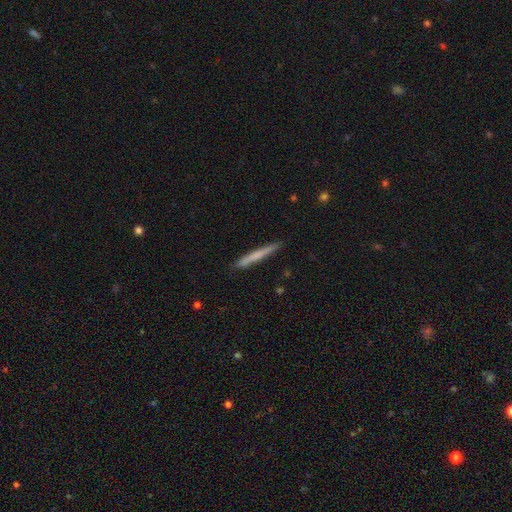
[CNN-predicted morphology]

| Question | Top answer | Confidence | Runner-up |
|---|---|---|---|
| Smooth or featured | smooth | 63% | featured or disk (32%) |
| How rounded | cigar-shaped | 97% | in between (2%) |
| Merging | none | 88% | minor disturbance (9%) |